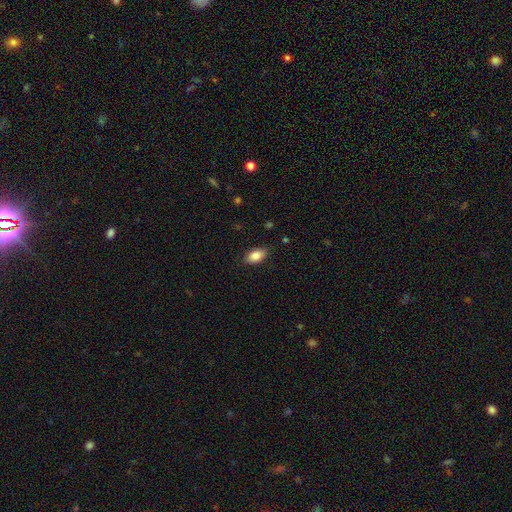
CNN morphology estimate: This appears to be a smooth galaxy with no disk features (85%) that is in between round and cigar-shaped (92%). Merging: none (85%).